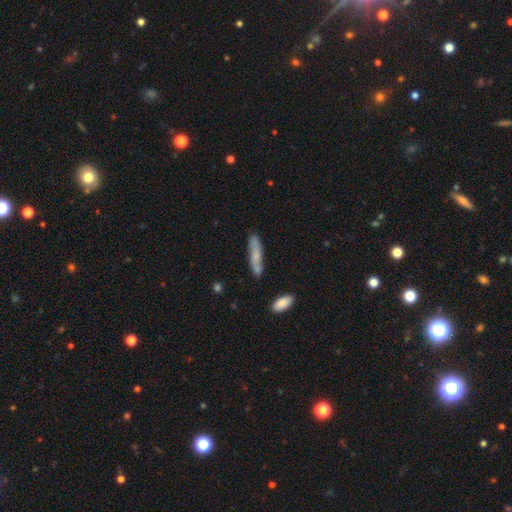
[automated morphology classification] This appears to be a smooth galaxy with no disk features (58%) that is cigar-shaped (81%). Merging: none (75%).